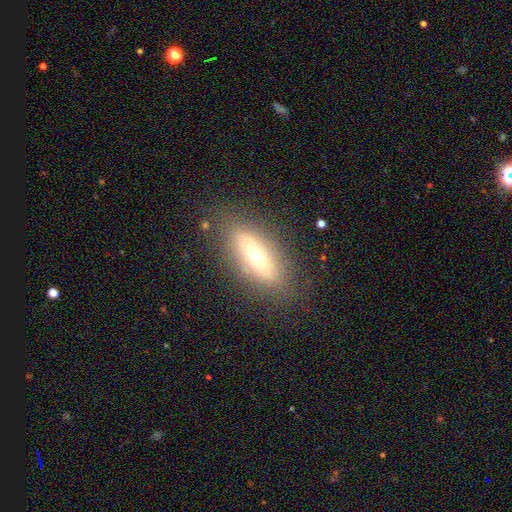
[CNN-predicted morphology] A smooth galaxy with no disk features (50%) that is in between round and cigar-shaped (59%). Merging: none (84%).